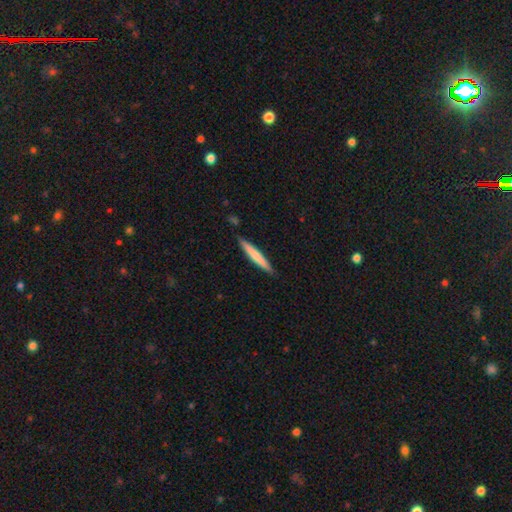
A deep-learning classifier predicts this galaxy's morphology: smooth 67%, featured or disk 29%, star or artifact 5%. Down the decision tree: how rounded — cigar-shaped (96%); merging — none (88%).